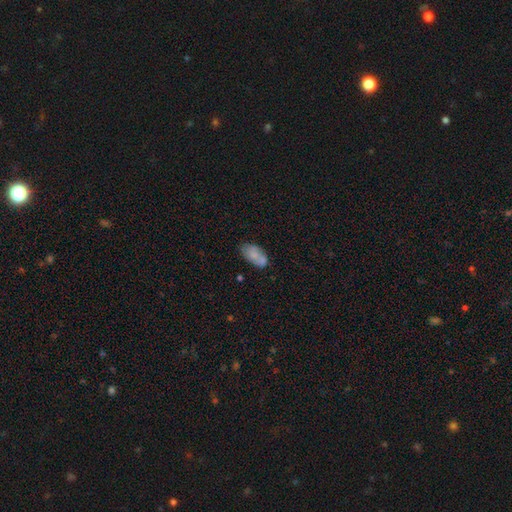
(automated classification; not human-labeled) A smooth galaxy with no disk features (73%) that is in between round and cigar-shaped (92%). Merging: none (56%).